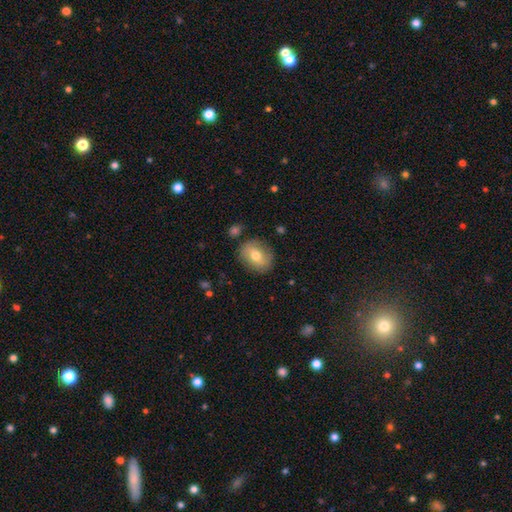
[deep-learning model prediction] Smooth or featured? smooth (66%)
How rounded? in between (54%)
Merging? none (81%)